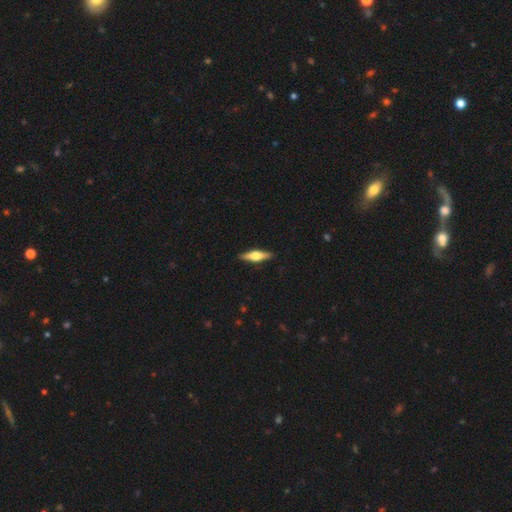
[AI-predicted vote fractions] This appears to be a featured or disk galaxy (61%) viewed edge-on (96%) with a rounded central bulge (93%). Merging: none (91%).